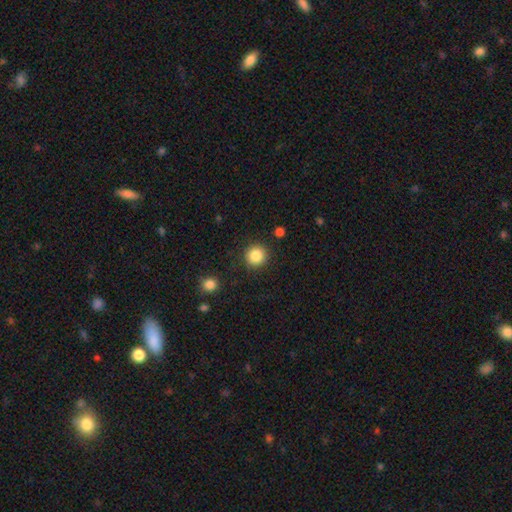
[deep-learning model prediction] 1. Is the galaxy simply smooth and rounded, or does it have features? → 86% smooth, 10% star or artifact, 5% featured or disk.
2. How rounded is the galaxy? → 93% round, 6% in between, 1% cigar-shaped.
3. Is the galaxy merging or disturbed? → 89% none, 6% minor disturbance, 3% major disturbance, 2% merger.